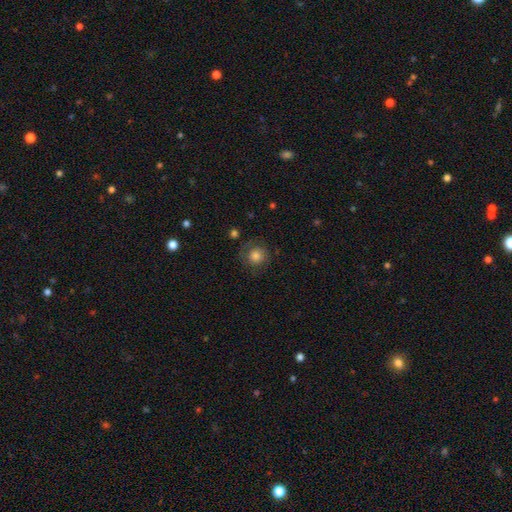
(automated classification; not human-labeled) Smooth or featured? Predicted: smooth (p=0.69). How rounded? Predicted: round (p=0.91). Merging? Predicted: none (p=0.71).